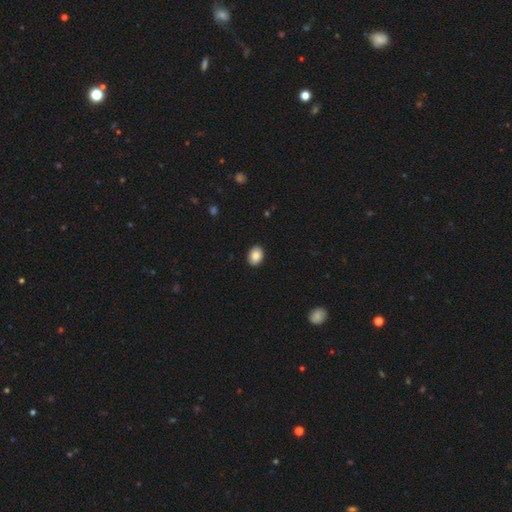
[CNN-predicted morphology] The model was most divided on "how rounded": in between: 72%, round: 27%, cigar-shaped: 1%. More confident: merging — none (91%); smooth or featured — smooth (86%).